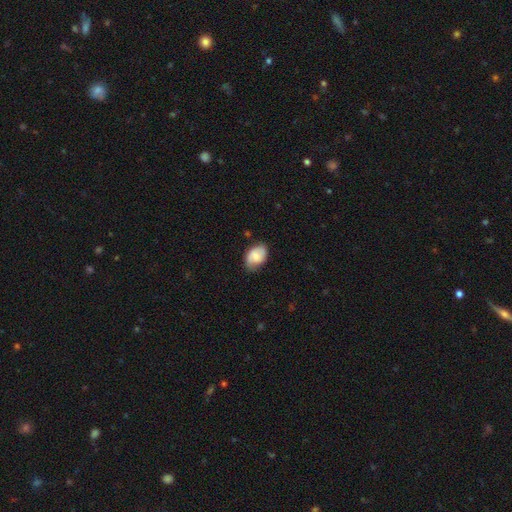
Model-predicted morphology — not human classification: smooth-or-featured: smooth: 66% | featured or disk: 27% | star or artifact: 7%
  how-rounded: in between: 82% | round: 17% | cigar-shaped: 1%
  merging: none: 68% | minor disturbance: 26% | major disturbance: 5% | merger: 1%